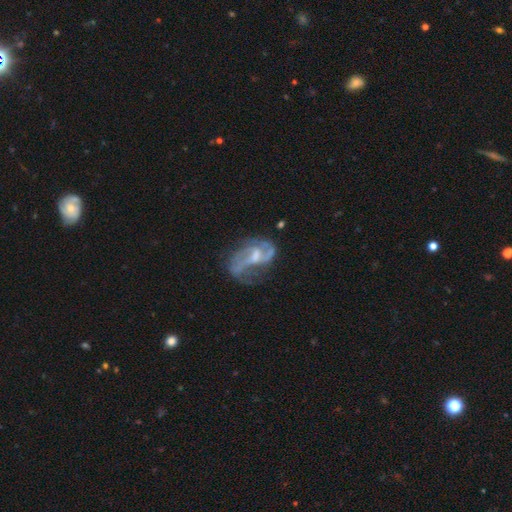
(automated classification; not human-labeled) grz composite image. It shows a featured or disk galaxy (79%) with a weak bar (48%), 2 (62%) loose (44%) spiral arms (85%) and a moderate central bulge (43%). Merging: none (49%).